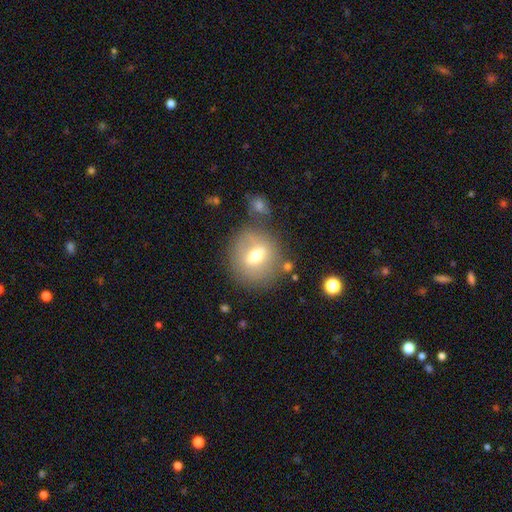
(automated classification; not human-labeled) Overall: smooth (54%; featured or disk 36%). How rounded: round (81%). Merging: none (71%).